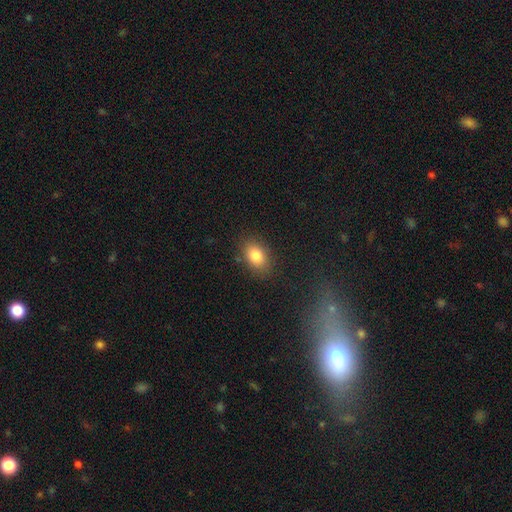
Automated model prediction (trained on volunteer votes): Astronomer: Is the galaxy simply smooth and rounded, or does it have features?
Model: smooth — 83%.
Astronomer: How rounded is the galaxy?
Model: in between — 82%.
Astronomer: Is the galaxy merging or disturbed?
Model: none — 83%.